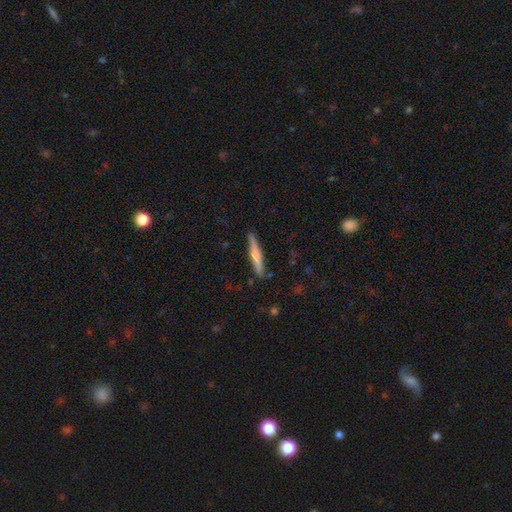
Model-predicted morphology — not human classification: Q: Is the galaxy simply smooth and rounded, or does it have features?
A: smooth — 60%.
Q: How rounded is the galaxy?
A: cigar-shaped — 94%.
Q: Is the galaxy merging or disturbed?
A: none — 87%.